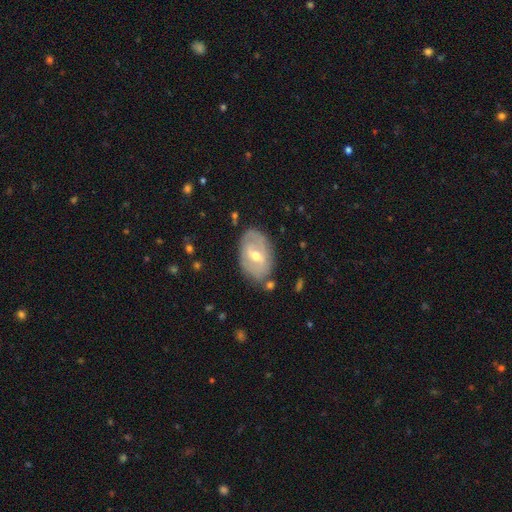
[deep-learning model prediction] This appears to be a featured or disk galaxy (65%) with a weak bar (48%), spiral arms (51%) and a moderate central bulge (65%). Merging: none (75%).